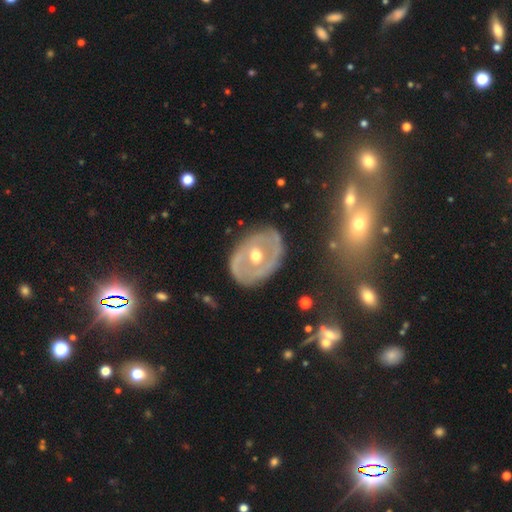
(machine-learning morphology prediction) Overall: featured or disk (74%). Edge-on disk: no (94%). Bar: no (59%; weak 27%). Spiral arms: no (59%; yes 41%). Bulge size: moderate (72%). Merging: none (75%).